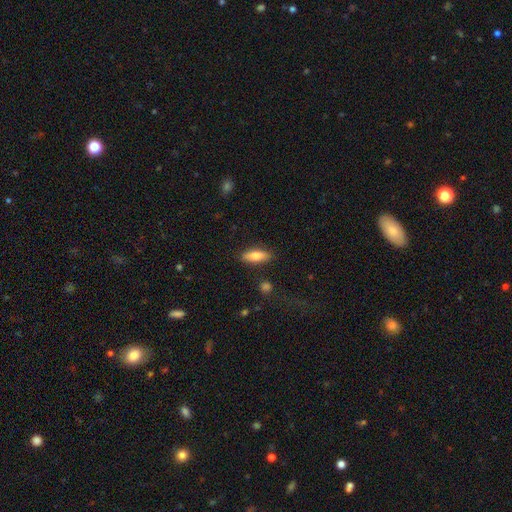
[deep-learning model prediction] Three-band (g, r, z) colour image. It shows a smooth galaxy with no disk features (77%) that is in between round and cigar-shaped (63%). Merging: none (85%).